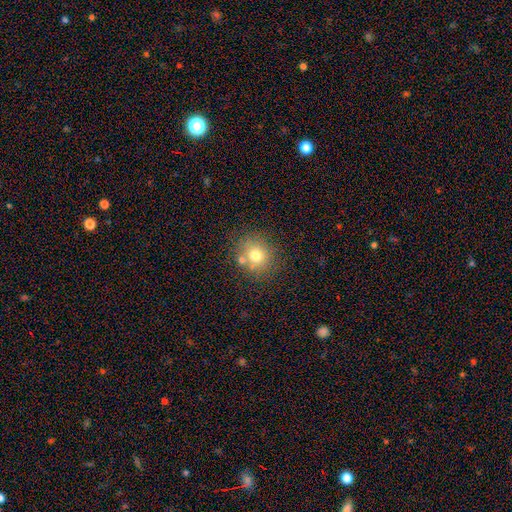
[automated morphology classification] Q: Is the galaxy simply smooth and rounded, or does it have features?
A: smooth — 72%.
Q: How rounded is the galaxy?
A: round — 81%.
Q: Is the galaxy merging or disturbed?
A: none — 70%.